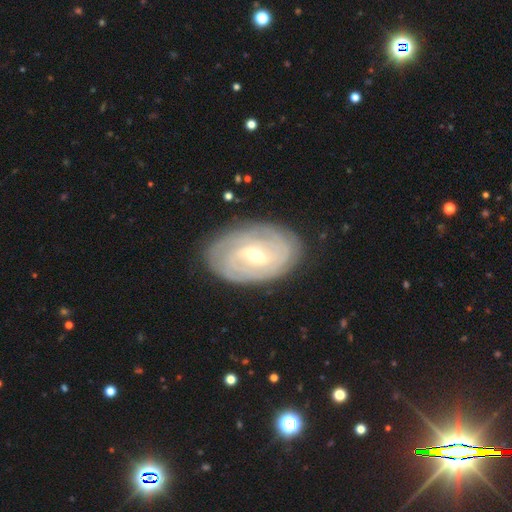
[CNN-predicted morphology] Smooth or featured?
  - featured or disk: 84% *
  - smooth: 11%
  - star or artifact: 5%
Edge-on disk?
  - no: 96% *
  - yes: 4%
Bar?
  - weak: 53% *
  - strong: 24%
  - no: 23%
Spiral arms?
  - yes: 93% *
  - no: 7%
Spiral winding?
  - tight: 78% *
  - medium: 17%
  - loose: 5%
Spiral arm count?
  - can't tell: 41% *
  - 2: 21%
  - 3: 15%
  - 4: 12%
  - more than 4: 6%
  - 1: 5%
Bulge size?
  - small: 57% *
  - moderate: 40%
  - large: 1%
  - none: 1%
  - dominant: 1%
Merging?
  - none: 83% *
  - minor disturbance: 13%
  - major disturbance: 3%
  - merger: 1%